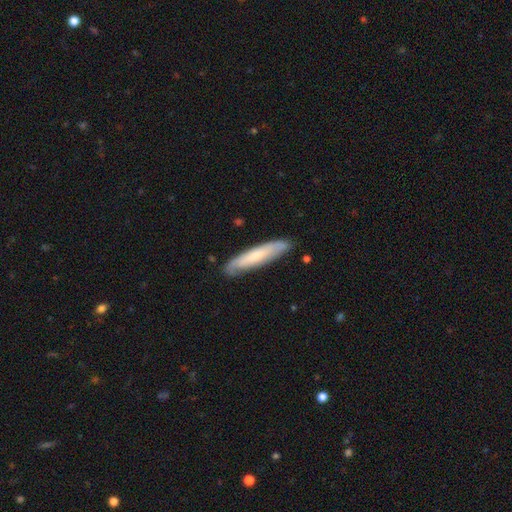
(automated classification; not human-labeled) This appears to be a smooth galaxy with no disk features (56%) that is cigar-shaped (84%). Merging: none (81%).